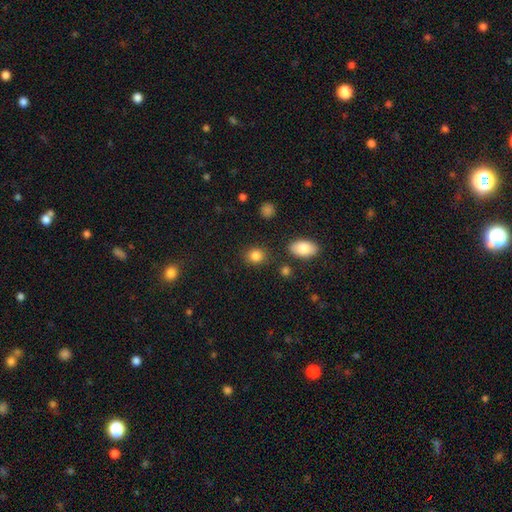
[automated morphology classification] A smooth galaxy with no disk features (85%) that is round (65%). Merging: none (83%).